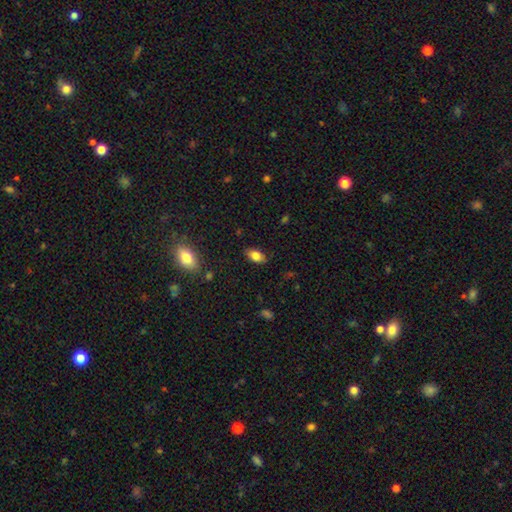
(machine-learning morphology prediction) This is clearly a smooth galaxy (82%). How rounded: clearly in between (90%). Merging: clearly none (81%).